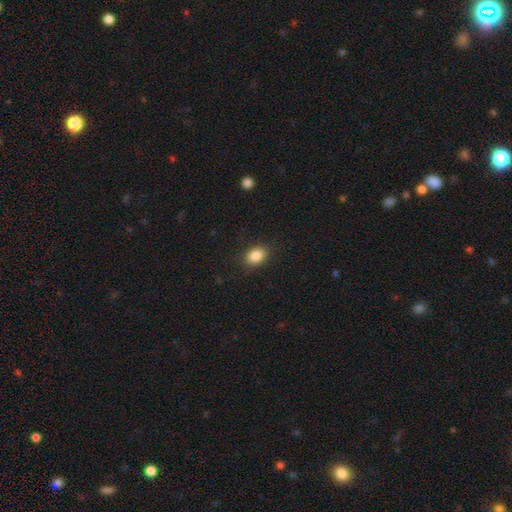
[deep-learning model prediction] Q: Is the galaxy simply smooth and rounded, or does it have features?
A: smooth — 86%.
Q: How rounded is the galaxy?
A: in between — 74%.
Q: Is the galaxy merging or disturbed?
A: none — 87%.